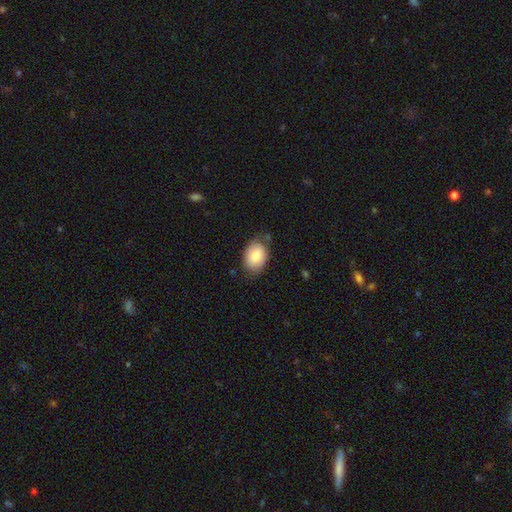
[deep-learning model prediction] Overall: smooth (79%). How rounded: in between (74%). Merging: none (70%).